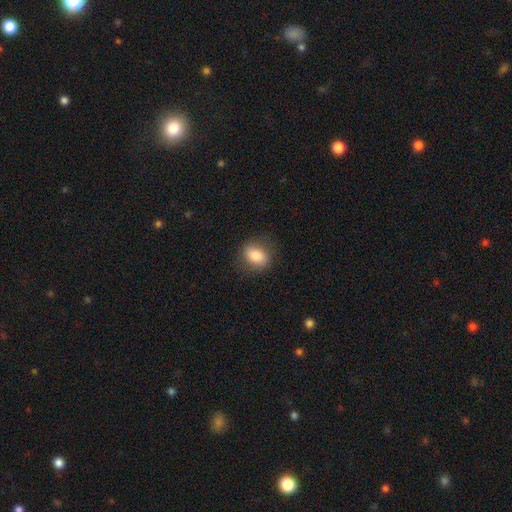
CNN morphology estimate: Q: Smooth or featured?
A: smooth (83%); runner-up: featured or disk (9%)
Q: How rounded?
A: in between (64%); runner-up: round (34%)
Q: Merging?
A: none (81%); runner-up: minor disturbance (14%)